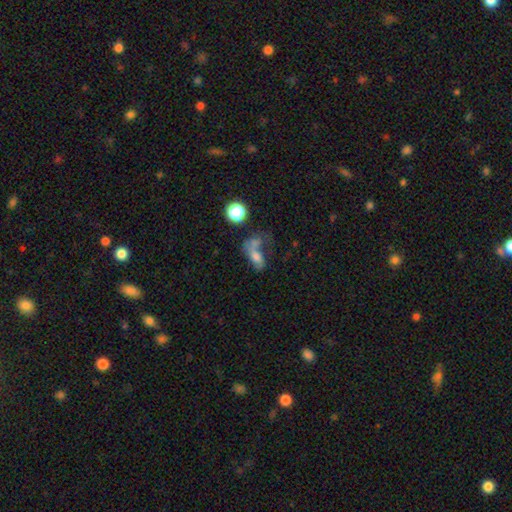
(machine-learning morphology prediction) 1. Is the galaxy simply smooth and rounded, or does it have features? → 53% smooth, 31% featured or disk, 16% star or artifact.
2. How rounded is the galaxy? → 74% in between, 18% round, 8% cigar-shaped.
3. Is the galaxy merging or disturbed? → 35% merger, 26% major disturbance, 25% none, 14% minor disturbance.